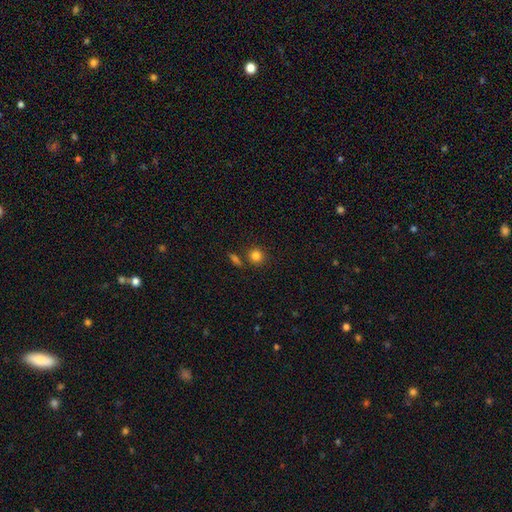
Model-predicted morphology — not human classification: smooth-or-featured: smooth: 83% | star or artifact: 12% | featured or disk: 6%
  how-rounded: round: 89% | in between: 10% | cigar-shaped: 1%
  merging: none: 78% | merger: 10% | minor disturbance: 9% | major disturbance: 3%